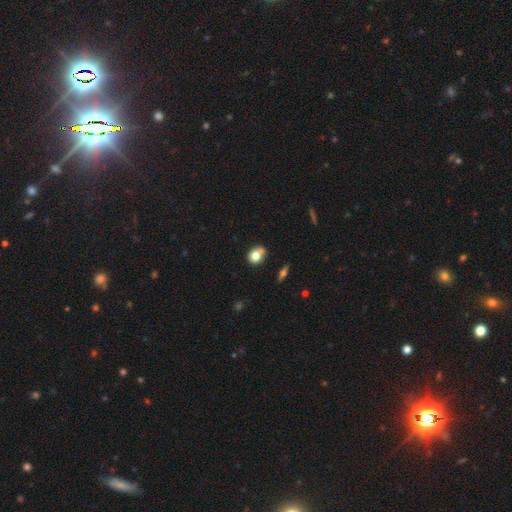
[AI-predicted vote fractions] smooth_or_featured: smooth (p=0.76) [alt: featured or disk p=0.14]
how_rounded: round (p=0.61) [alt: in between p=0.38]
merging: none (p=0.53) [alt: minor disturbance p=0.24]